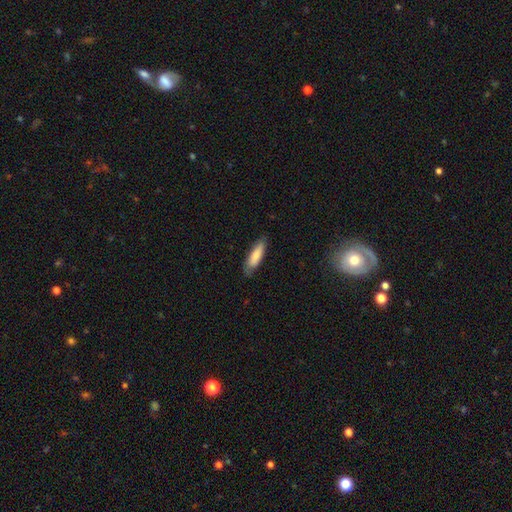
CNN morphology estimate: Smooth or featured: smooth — 79% (featured or disk — 16%)
How rounded: cigar-shaped — 57% (in between — 41%)
Merging: none — 76% (minor disturbance — 20%)